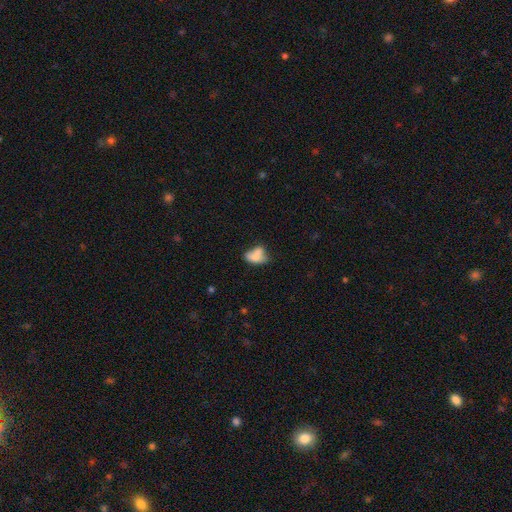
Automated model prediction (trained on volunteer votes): The model was most divided on "merging": merger: 41%, none: 29%, minor disturbance: 18%, major disturbance: 11%. More confident: how rounded — in between (81%); smooth or featured — smooth (66%).